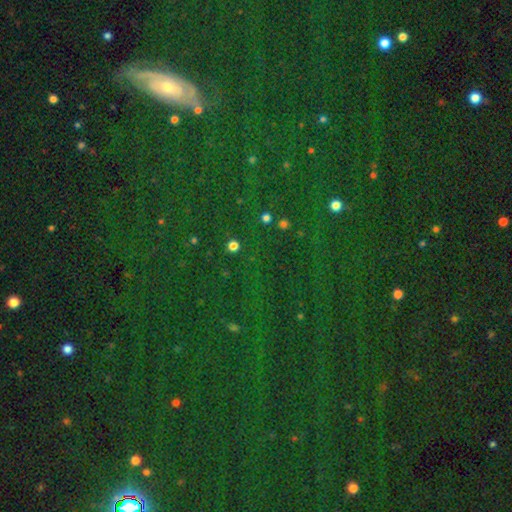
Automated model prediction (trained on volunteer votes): This appears to be a star or artifact, not a galaxy (76%).